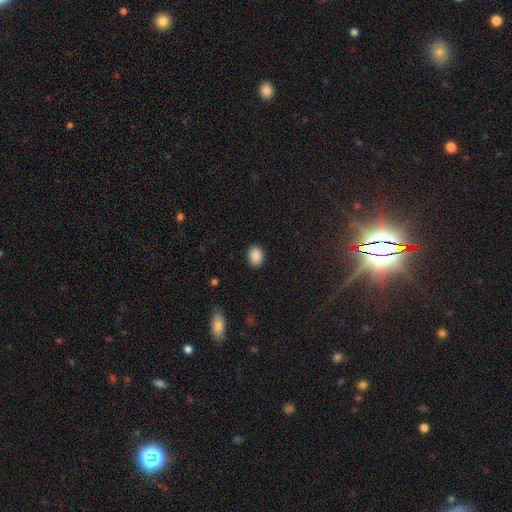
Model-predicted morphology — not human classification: smooth 88%, star or artifact 8%, featured or disk 3%. Down the decision tree: how rounded — in between (55%); merging — none (89%).